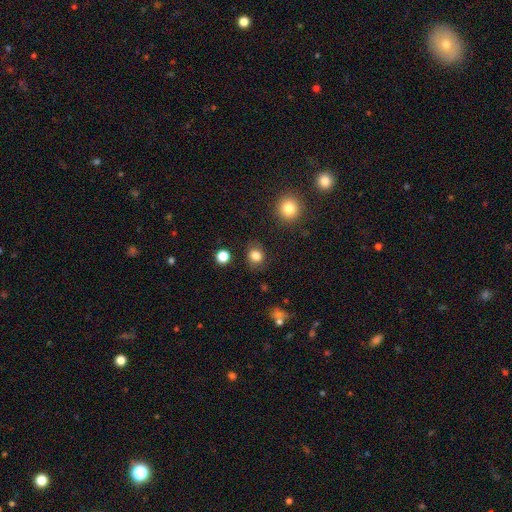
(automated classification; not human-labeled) This appears to be a smooth galaxy with no disk features (82%) that is round (71%). Merging: none (82%).